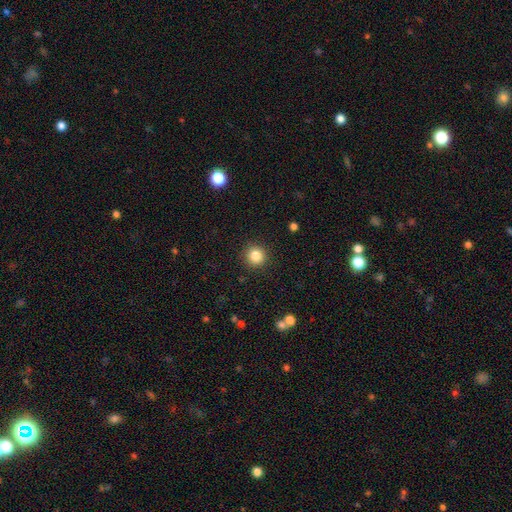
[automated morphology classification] This appears to be a smooth galaxy with no disk features (85%) that is round (93%). Merging: none (91%).